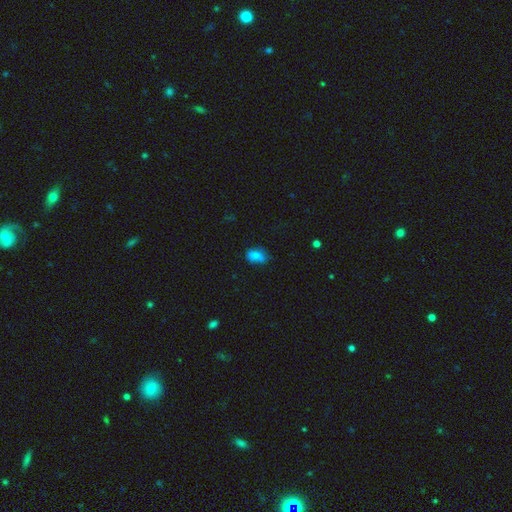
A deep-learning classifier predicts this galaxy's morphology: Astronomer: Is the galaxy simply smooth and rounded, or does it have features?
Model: smooth — 77%.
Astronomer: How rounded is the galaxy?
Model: in between — 77%.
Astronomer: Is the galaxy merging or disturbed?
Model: none — 54% (runner-up: minor disturbance, 32%).